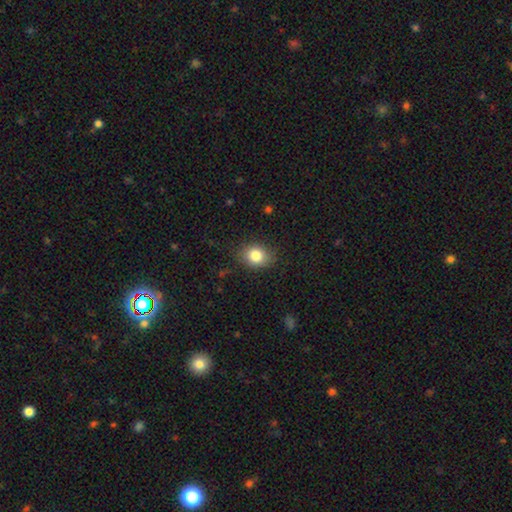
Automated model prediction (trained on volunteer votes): Smooth or featured? Predicted: smooth (p=0.83). How rounded? Predicted: in between (p=0.50). Merging? Predicted: none (p=0.83).